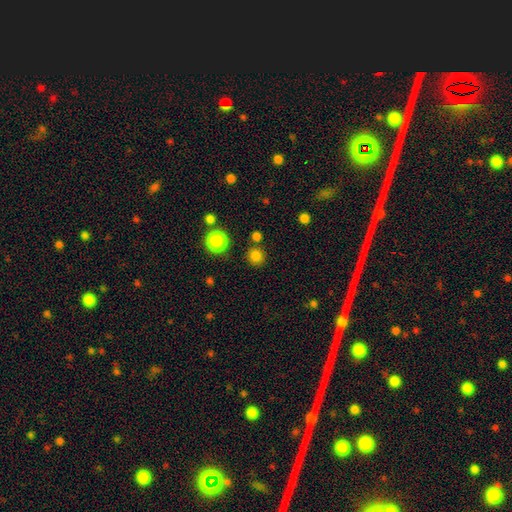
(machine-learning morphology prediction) Smooth or featured? smooth (80%)
How rounded? round (92%)
Merging? none (82%)